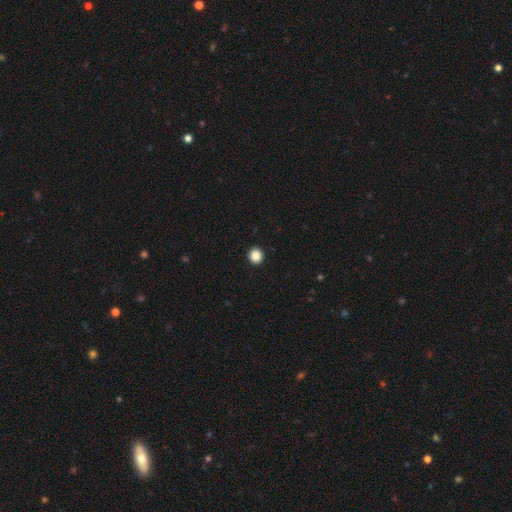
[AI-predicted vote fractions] Smooth or featured: smooth — 87% (star or artifact — 10%)
How rounded: round — 90% (in between — 9%)
Merging: none — 94% (minor disturbance — 4%)